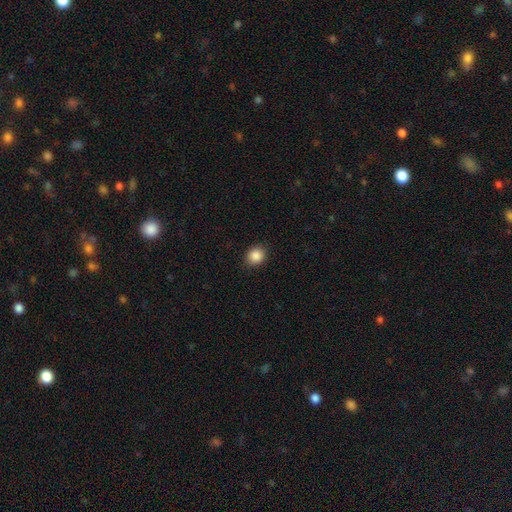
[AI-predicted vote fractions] Q: Smooth or featured?
A: smooth (87%); runner-up: star or artifact (9%)
Q: How rounded?
A: round (75%); runner-up: in between (24%)
Q: Merging?
A: none (89%); runner-up: minor disturbance (8%)